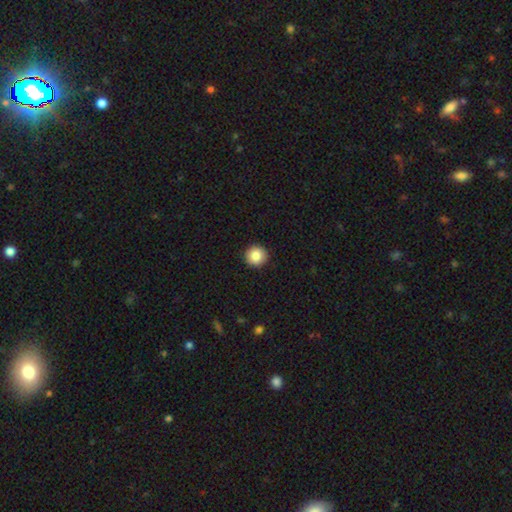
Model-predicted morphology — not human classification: Smooth or featured: smooth — 85% (star or artifact — 9%)
How rounded: round — 95% (in between — 4%)
Merging: none — 93% (minor disturbance — 5%)